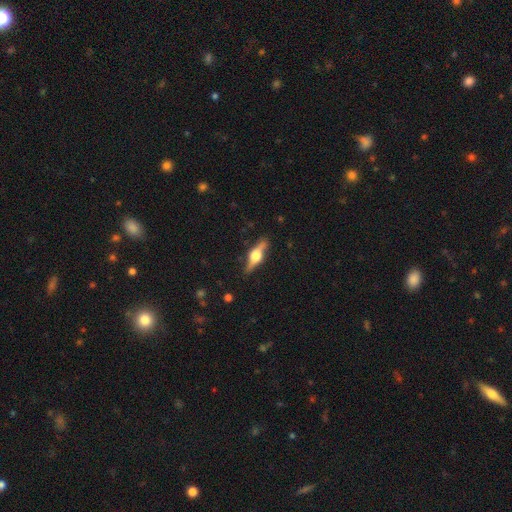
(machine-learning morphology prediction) This appears to be a featured or disk galaxy (71%) viewed edge-on (95%) with a rounded central bulge (94%). Merging: none (85%).